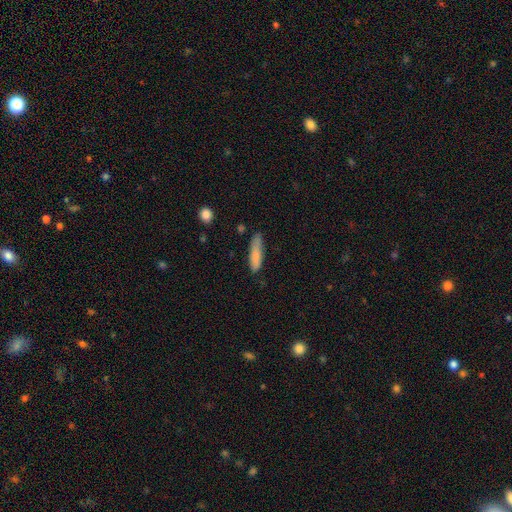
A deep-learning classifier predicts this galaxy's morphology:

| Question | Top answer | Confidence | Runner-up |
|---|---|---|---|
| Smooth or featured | smooth | 83% | featured or disk (11%) |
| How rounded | cigar-shaped | 75% | in between (23%) |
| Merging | none | 70% | minor disturbance (24%) |